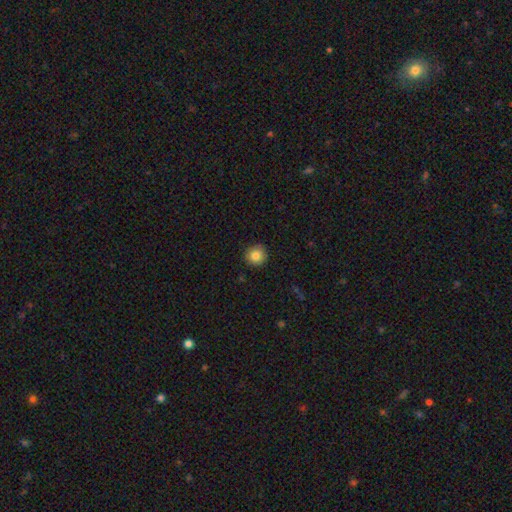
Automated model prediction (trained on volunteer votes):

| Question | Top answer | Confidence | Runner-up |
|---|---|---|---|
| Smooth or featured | smooth | 83% | star or artifact (10%) |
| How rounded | round | 94% | in between (5%) |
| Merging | none | 90% | minor disturbance (8%) |